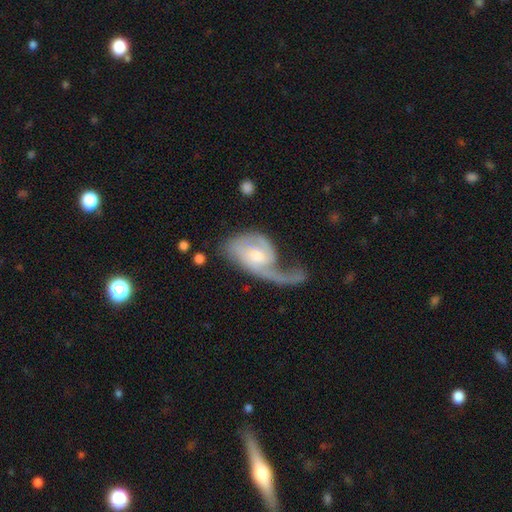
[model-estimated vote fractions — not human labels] The model was most divided on "spiral winding": loose: 44%, medium: 36%, tight: 20%. More confident: edge-on disk — no (96%); spiral arms — yes (91%); smooth or featured — featured or disk (80%); spiral arm count — 1 (60%); bar — no (60%); bulge size — moderate (54%); merging — major disturbance (53%).